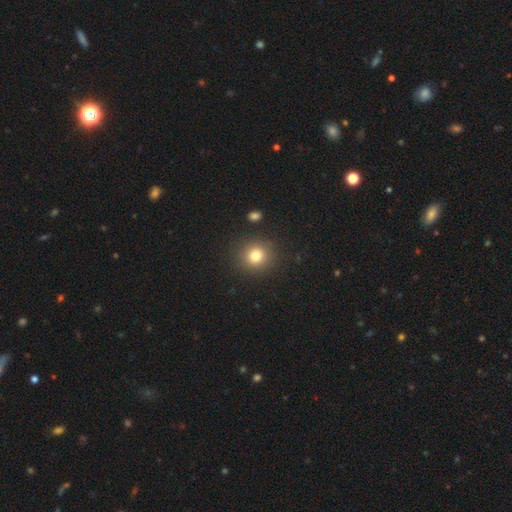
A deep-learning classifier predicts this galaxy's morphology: smooth_or_featured: smooth (p=0.81) [alt: star or artifact p=0.12]
how_rounded: round (p=0.87) [alt: in between p=0.12]
merging: none (p=0.88) [alt: minor disturbance p=0.07]